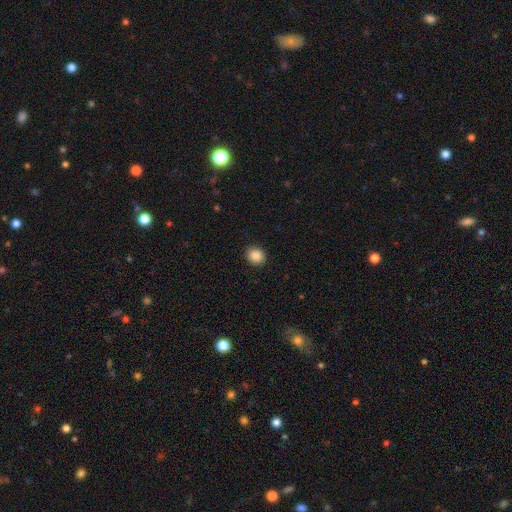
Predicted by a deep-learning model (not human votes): Smooth or featured: smooth — 88% (star or artifact — 9%)
How rounded: round — 76% (in between — 23%)
Merging: none — 91% (minor disturbance — 6%)